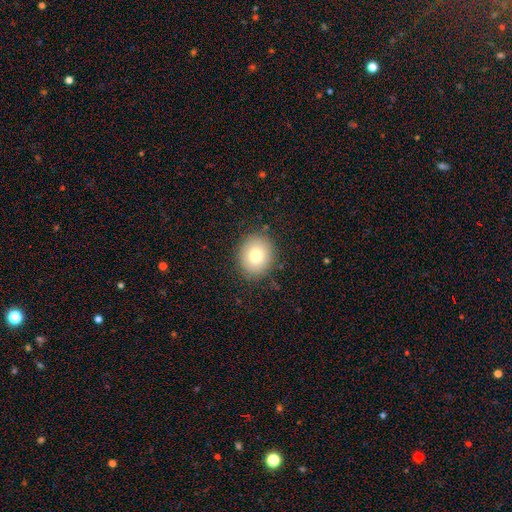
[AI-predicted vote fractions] This is likely a smooth galaxy (77%). How rounded: likely round (78%). Merging: clearly none (87%).